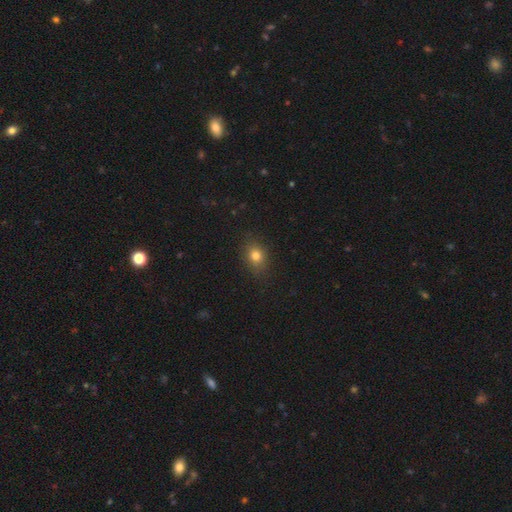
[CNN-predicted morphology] type=smooth (79%); roundness=in between (51%); merging=none (85%).